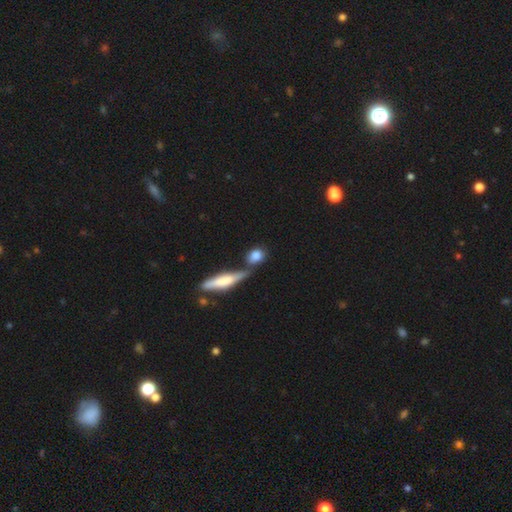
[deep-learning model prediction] smooth_or_featured: smooth (p=0.79) [alt: featured or disk p=0.13]
how_rounded: round (p=0.45) [alt: in between p=0.42]
merging: none (p=0.54) [alt: merger p=0.29]